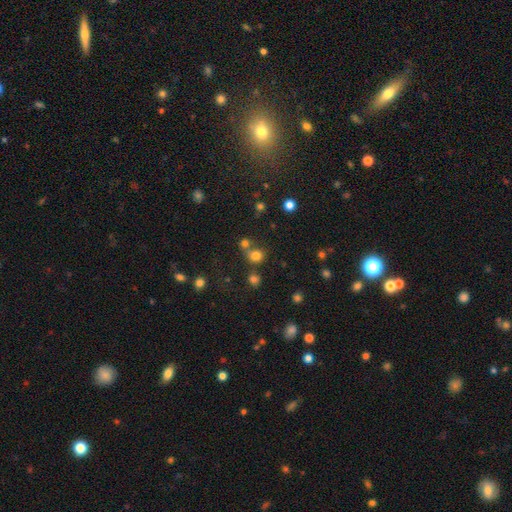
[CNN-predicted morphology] smooth 75%, star or artifact 18%, featured or disk 7%. Down the decision tree: how rounded — round (82%); merging — none (58%).